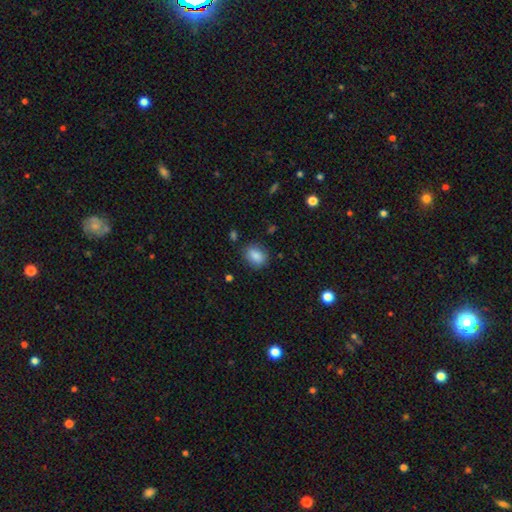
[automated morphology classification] This appears to be a smooth galaxy with no disk features (86%) that is in between round and cigar-shaped (60%). Merging: none (82%).